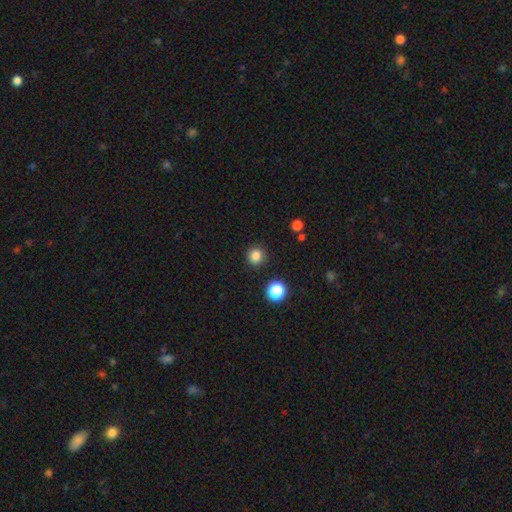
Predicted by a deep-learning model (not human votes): smooth-or-featured: smooth: 83% | star or artifact: 13% | featured or disk: 4%
  how-rounded: round: 93% | in between: 6% | cigar-shaped: 1%
  merging: none: 90% | minor disturbance: 6% | major disturbance: 2% | merger: 2%